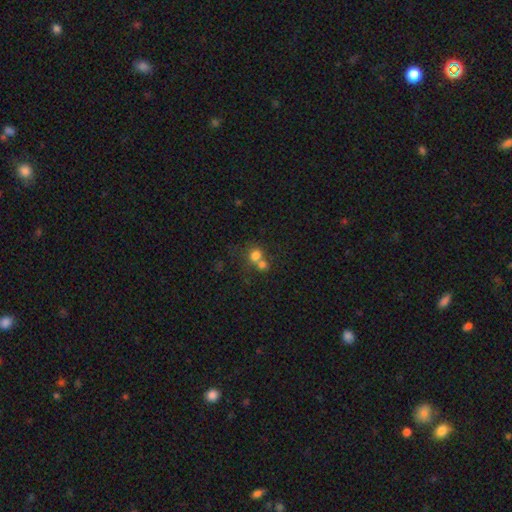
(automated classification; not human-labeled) smooth_or_featured: smooth (p=0.75) [alt: star or artifact p=0.13]
how_rounded: round (p=0.76) [alt: in between p=0.23]
merging: merger (p=0.53) [alt: none p=0.36]